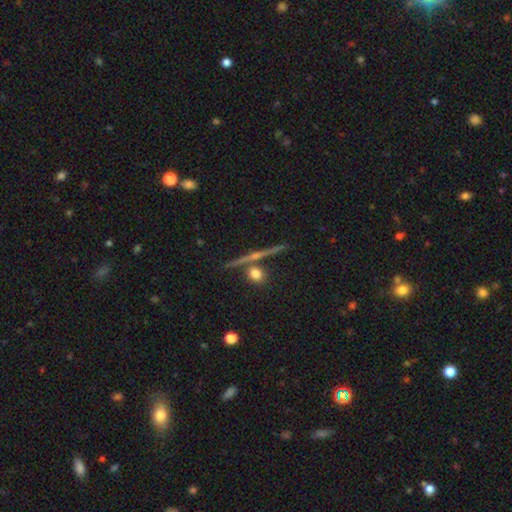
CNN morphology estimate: This is possibly a featured or disk galaxy (48%). Merging: likely none (74%).